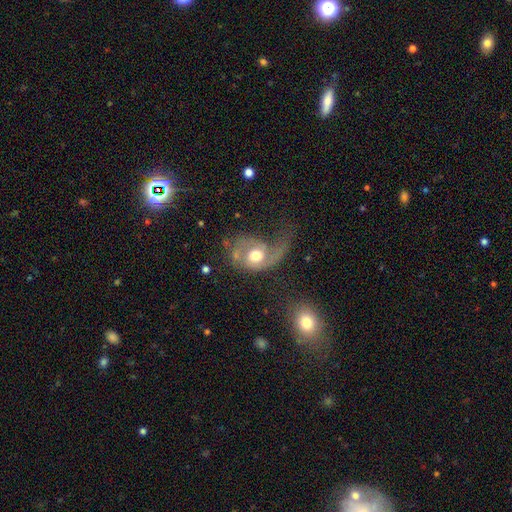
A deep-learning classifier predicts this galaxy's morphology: featured or disk 69%, smooth 23%, star or artifact 7%. Down the decision tree: edge-on disk — no (97%); bar — no (73%); spiral arms — yes (86%); spiral arm count — 1 (50%); spiral winding — loose (48%); bulge size — moderate (68%); merging — major disturbance (47%).